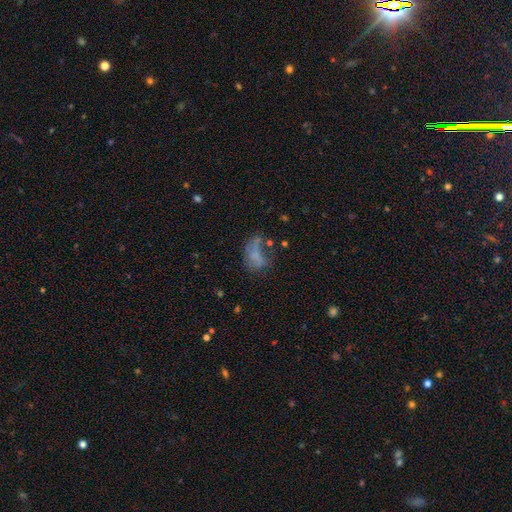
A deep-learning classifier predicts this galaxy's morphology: smooth 50%, featured or disk 32%, star or artifact 17%. Down the decision tree: how rounded — in between (79%); merging — major disturbance (39%).